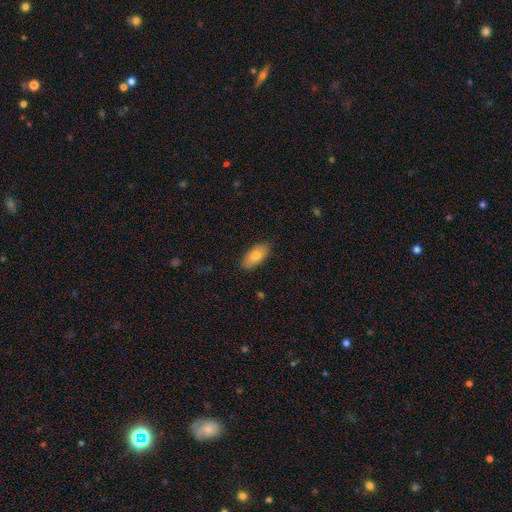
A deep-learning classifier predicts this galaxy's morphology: The model was most divided on "smooth or featured": smooth: 79%, featured or disk: 15%, star or artifact: 6%. More confident: how rounded — in between (90%); merging — none (86%).